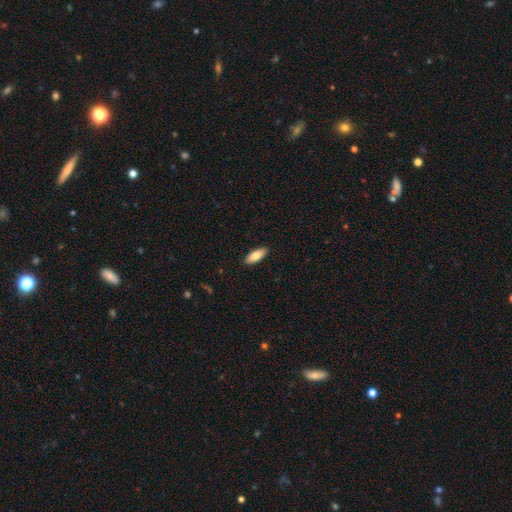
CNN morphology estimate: Smooth or featured: smooth — 82% (featured or disk — 12%)
How rounded: in between — 75% (cigar-shaped — 23%)
Merging: none — 90% (minor disturbance — 8%)